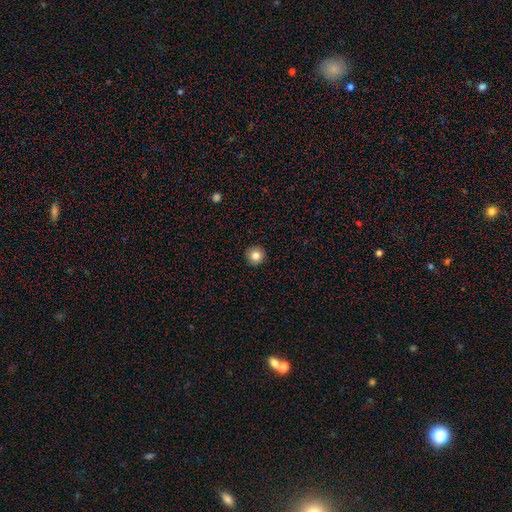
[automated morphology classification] Smooth or featured: smooth — 84% (star or artifact — 10%)
How rounded: round — 96% (in between — 3%)
Merging: none — 93% (minor disturbance — 5%)